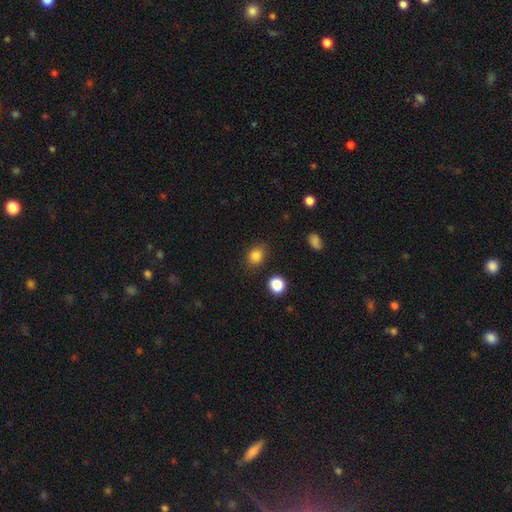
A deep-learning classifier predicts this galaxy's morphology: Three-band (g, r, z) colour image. It shows a smooth galaxy with no disk features (84%) that is round (52%). Merging: none (81%).